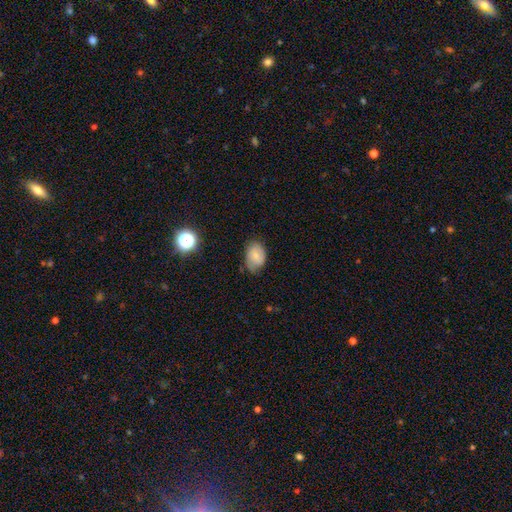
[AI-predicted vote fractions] Smooth or featured? Predicted: smooth (p=0.74). How rounded? Predicted: in between (p=0.80). Merging? Predicted: none (p=0.60).